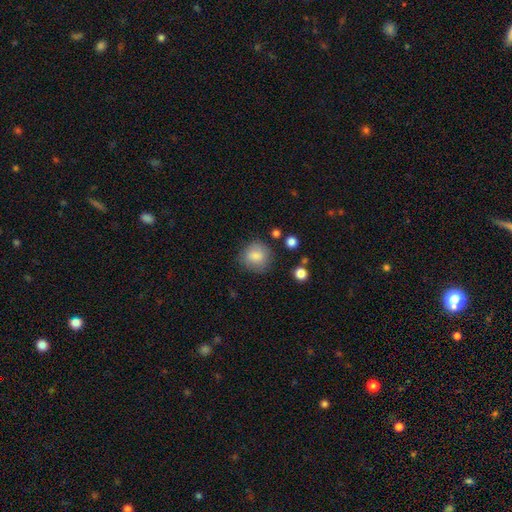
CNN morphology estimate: A smooth galaxy with no disk features (84%) that is round (86%). Merging: none (78%).